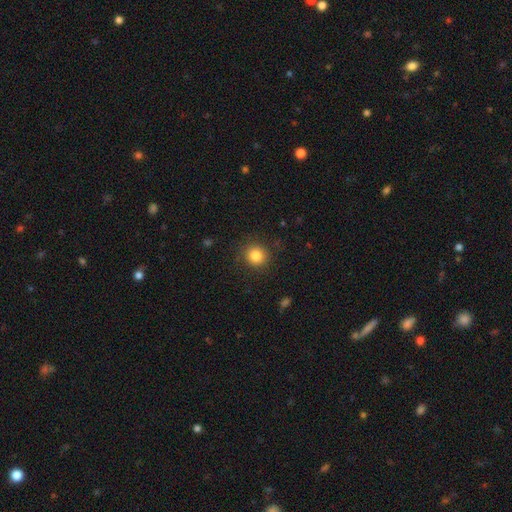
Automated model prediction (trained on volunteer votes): Overall: smooth (84%). How rounded: round (90%). Merging: none (88%).